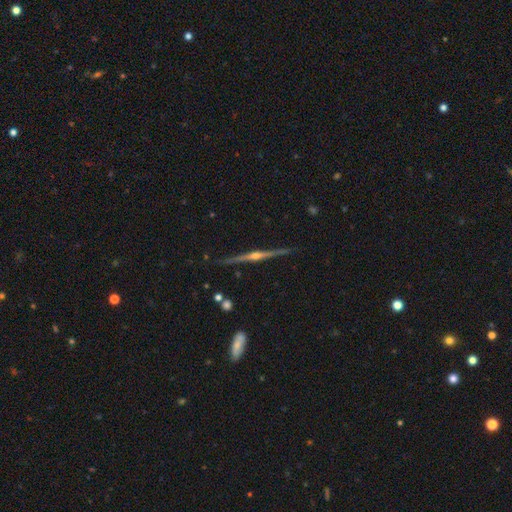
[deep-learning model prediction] Smooth or featured? Predicted: featured or disk (p=0.86). Edge-on disk? Predicted: yes (p=0.98). Edge-on bulge? Predicted: rounded (p=0.92). Merging? Predicted: none (p=0.88).